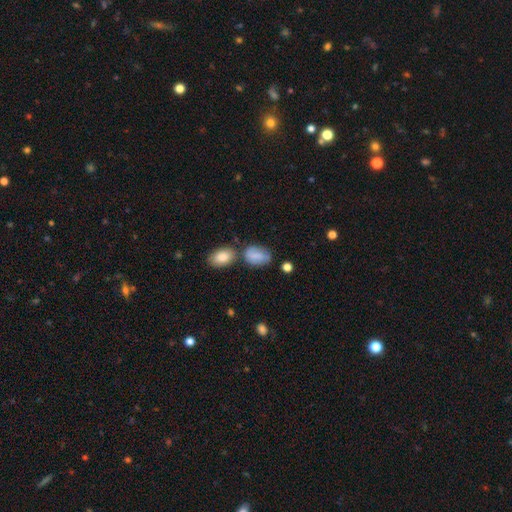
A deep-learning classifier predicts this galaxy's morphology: smooth-or-featured: smooth: 72% | featured or disk: 19% | star or artifact: 9%
  how-rounded: in between: 85% | round: 13% | cigar-shaped: 2%
  merging: none: 54% | minor disturbance: 24% | merger: 15% | major disturbance: 8%